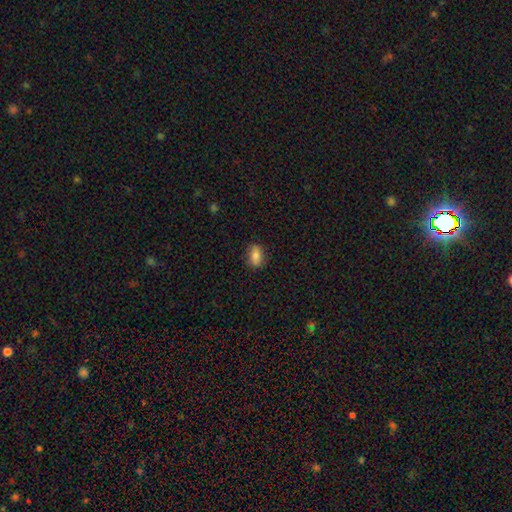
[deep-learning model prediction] smooth-or-featured: smooth: 84% | star or artifact: 8% | featured or disk: 8%
  how-rounded: in between: 83% | round: 15% | cigar-shaped: 3%
  merging: none: 83% | minor disturbance: 13% | major disturbance: 3% | merger: 1%